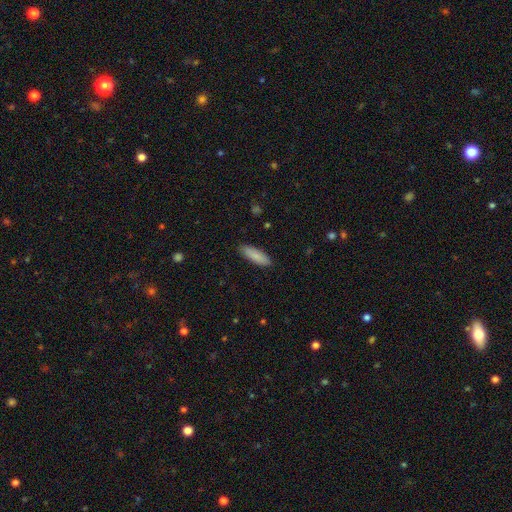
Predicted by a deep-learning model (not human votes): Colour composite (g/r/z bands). It shows a smooth galaxy with no disk features (87%) that is in between round and cigar-shaped (54%). Merging: none (88%).